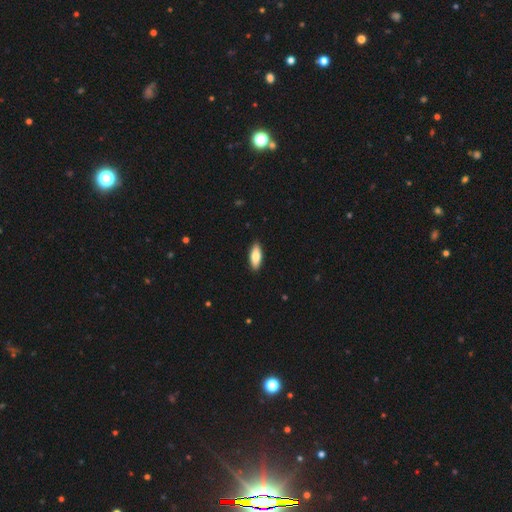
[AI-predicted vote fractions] Smooth or featured: smooth — 78% (featured or disk — 17%)
How rounded: in between — 75% (cigar-shaped — 23%)
Merging: none — 91% (minor disturbance — 7%)